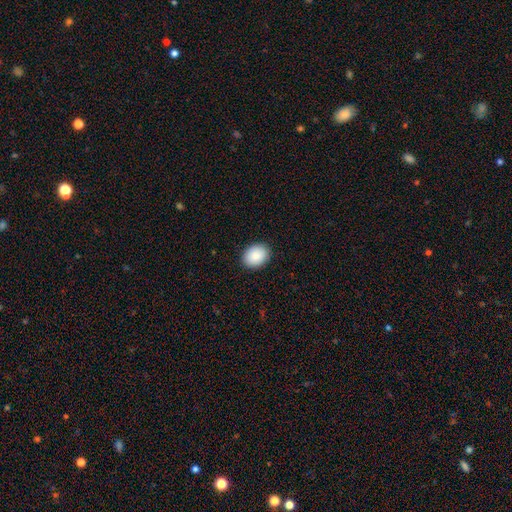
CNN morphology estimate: This appears to be a smooth galaxy with no disk features (88%) that is in between round and cigar-shaped (68%). Merging: none (90%).